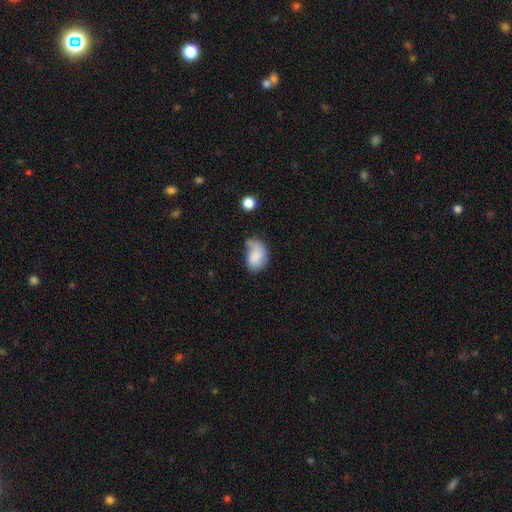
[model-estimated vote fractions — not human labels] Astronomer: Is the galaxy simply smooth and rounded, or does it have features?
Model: smooth — 78%.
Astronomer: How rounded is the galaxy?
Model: in between — 80%.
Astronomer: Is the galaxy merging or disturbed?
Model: none — 33% (runner-up: minor disturbance, 31%).